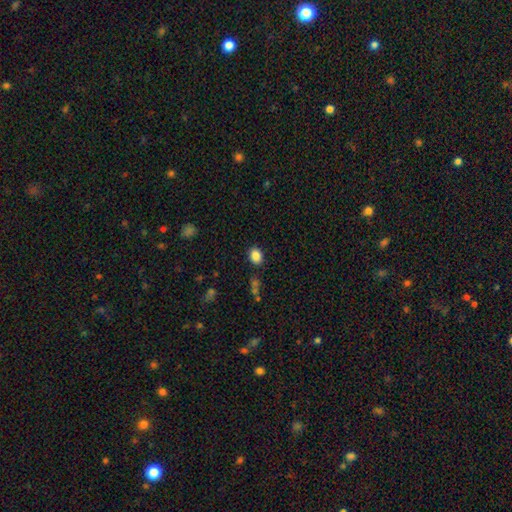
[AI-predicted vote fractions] smooth_or_featured: smooth (p=0.86) [alt: star or artifact p=0.10]
how_rounded: in between (p=0.63) [alt: round p=0.36]
merging: none (p=0.85) [alt: minor disturbance p=0.10]